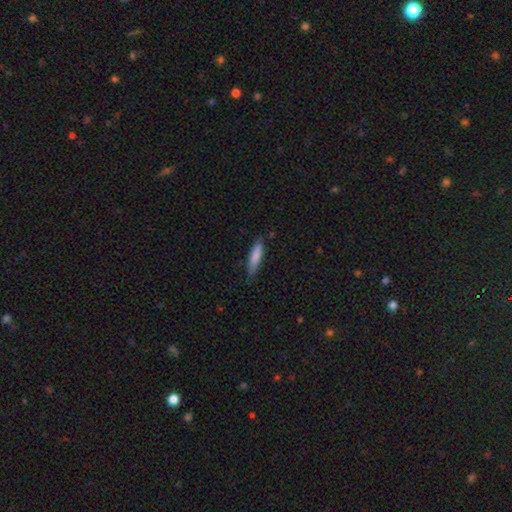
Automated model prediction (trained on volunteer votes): smooth 82%, featured or disk 12%, star or artifact 6%. Down the decision tree: how rounded — cigar-shaped (72%); merging — none (74%).